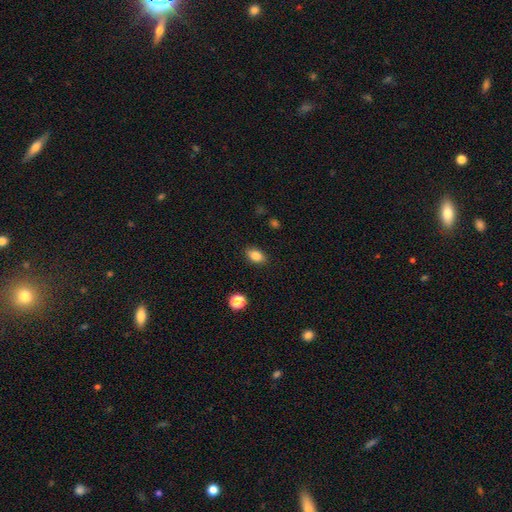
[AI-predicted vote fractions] smooth_or_featured: smooth (p=0.84) [alt: star or artifact p=0.09]
how_rounded: in between (p=0.86) [alt: round p=0.12]
merging: none (p=0.86) [alt: minor disturbance p=0.10]